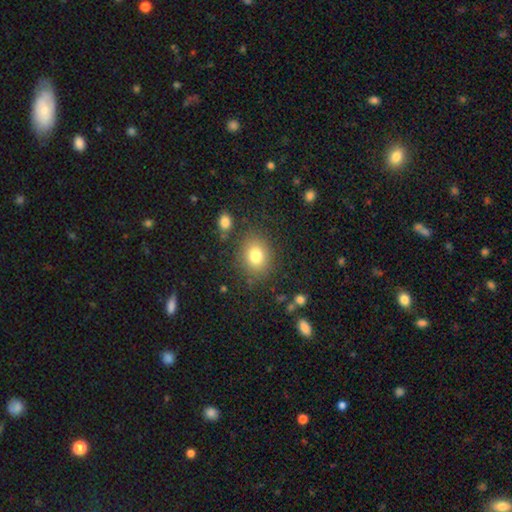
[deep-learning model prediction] The model was most divided on "how rounded": round: 59%, in between: 40%, cigar-shaped: 1%. More confident: merging — none (82%); smooth or featured — smooth (79%).